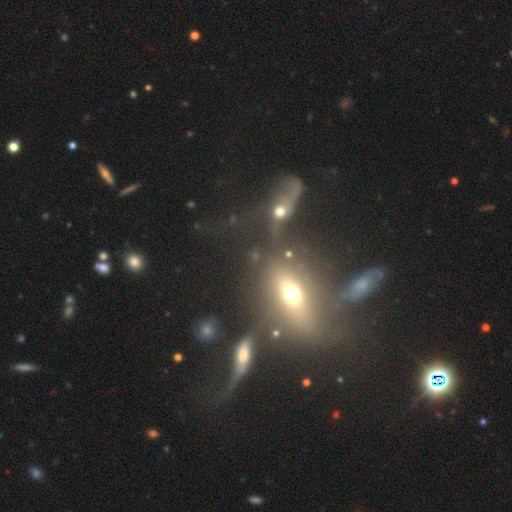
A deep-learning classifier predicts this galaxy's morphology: A featured or disk galaxy (46%).

Vote fractions:
- Smooth or featured? featured or disk: 46% / smooth: 32% / star or artifact: 22%
- Merging? none: 48% / merger: 20% / major disturbance: 17% / minor disturbance: 15%